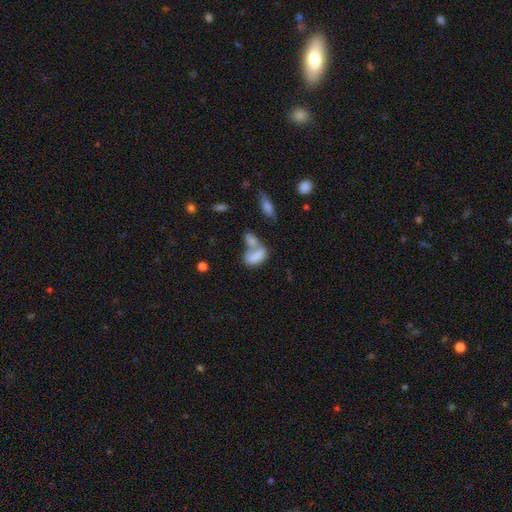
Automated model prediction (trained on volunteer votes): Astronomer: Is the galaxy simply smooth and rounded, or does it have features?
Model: smooth — 75%.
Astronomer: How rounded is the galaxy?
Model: in between — 87%.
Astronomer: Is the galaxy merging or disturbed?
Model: merger — 60%.